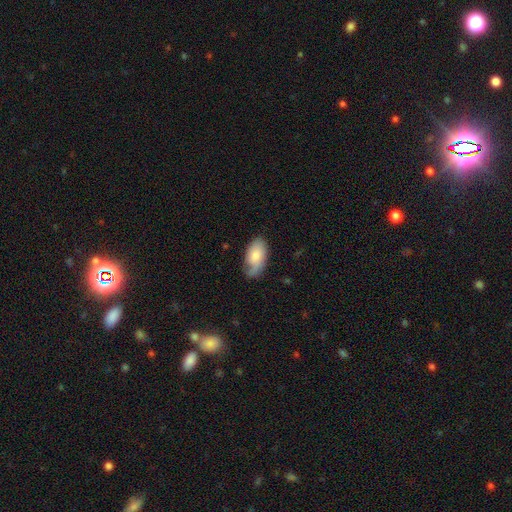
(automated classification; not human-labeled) A smooth galaxy with no disk features (64%) that is in between round and cigar-shaped (94%). Merging: none (60%).